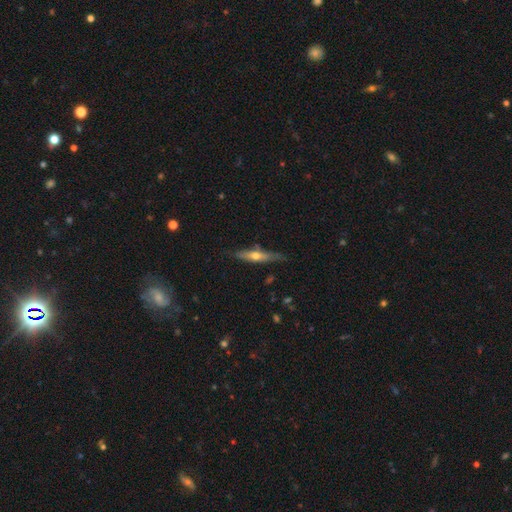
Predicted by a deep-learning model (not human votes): A featured or disk galaxy (53%) viewed edge-on (89%).

Vote fractions:
- Smooth or featured? featured or disk: 53% / smooth: 41% / star or artifact: 6%
- Edge-on disk? yes: 89% / no: 11%
- Merging? none: 73% / minor disturbance: 20% / major disturbance: 4% / merger: 3%